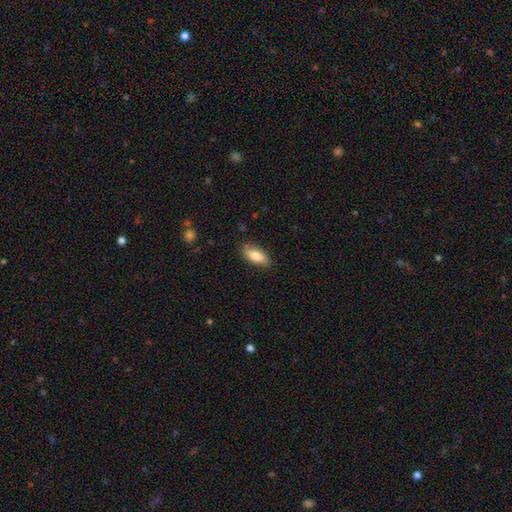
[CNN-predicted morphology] Smooth or featured: smooth — 80% (featured or disk — 13%)
How rounded: in between — 83% (cigar-shaped — 15%)
Merging: none — 82% (minor disturbance — 14%)